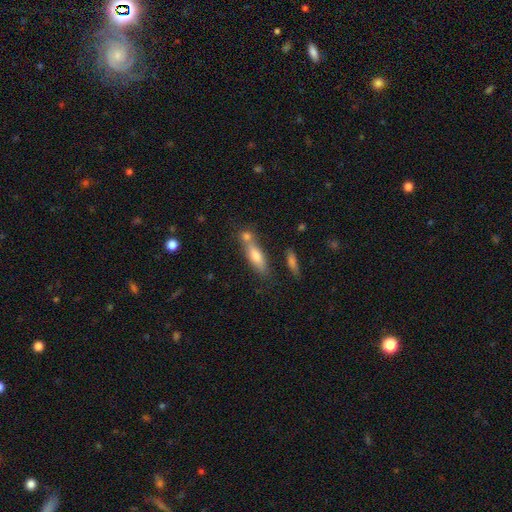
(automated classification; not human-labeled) The model was most divided on "how rounded": cigar-shaped: 57%, in between: 40%, round: 3%. More confident: smooth or featured — smooth (67%); merging — none (53%).